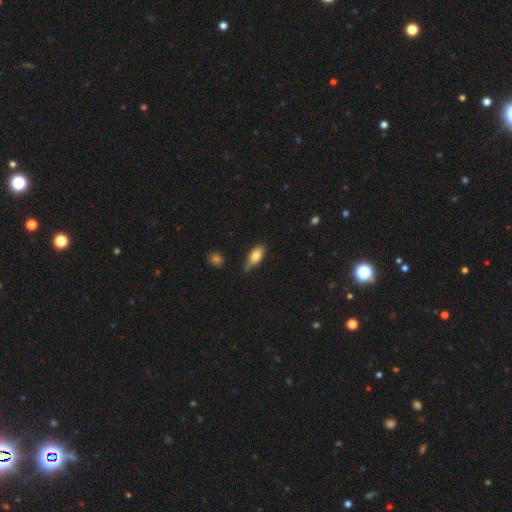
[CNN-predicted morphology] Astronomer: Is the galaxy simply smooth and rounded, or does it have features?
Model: smooth — 77%.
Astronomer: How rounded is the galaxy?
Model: in between — 84%.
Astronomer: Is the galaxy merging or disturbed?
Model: none — 57% (runner-up: minor disturbance, 33%).